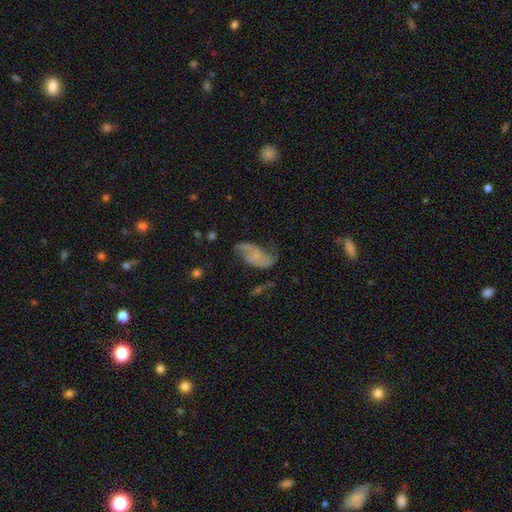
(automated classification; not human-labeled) Smooth or featured? featured or disk (66%)
Edge-on disk? no (96%)
Bar? no (62%)
Spiral arms? yes (87%)
Spiral winding? loose (59%)
Spiral arm count? 2 (85%)
Bulge size? none (55%)
Merging? none (51%)